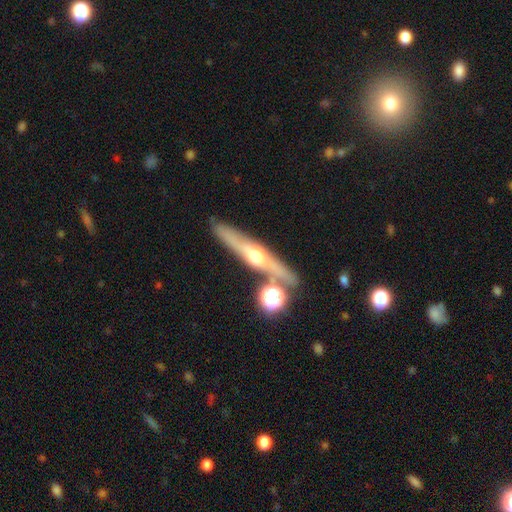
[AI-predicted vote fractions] A featured or disk galaxy (69%) viewed edge-on (92%) with a rounded central bulge (92%). Merging: none (80%).